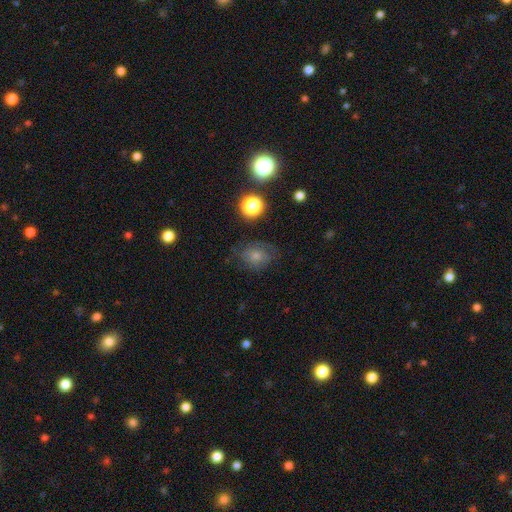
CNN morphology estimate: A smooth galaxy with no disk features (49%).

Vote fractions:
- Smooth or featured? smooth: 49% / featured or disk: 28% / star or artifact: 23%
- Merging? none: 71% / minor disturbance: 19% / major disturbance: 9% / merger: 2%